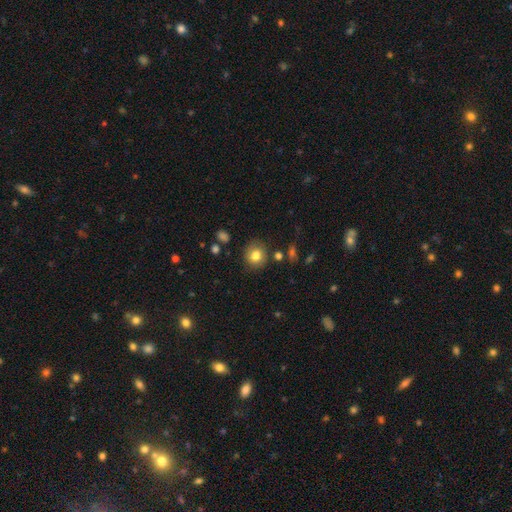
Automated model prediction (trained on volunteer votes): A smooth galaxy with no disk features (81%) that is round (83%).

Vote fractions:
- Smooth or featured? smooth: 81% / star or artifact: 10% / featured or disk: 9%
- How rounded? round: 83% / in between: 16% / cigar-shaped: 1%
- Merging? none: 83% / minor disturbance: 11% / major disturbance: 3% / merger: 3%